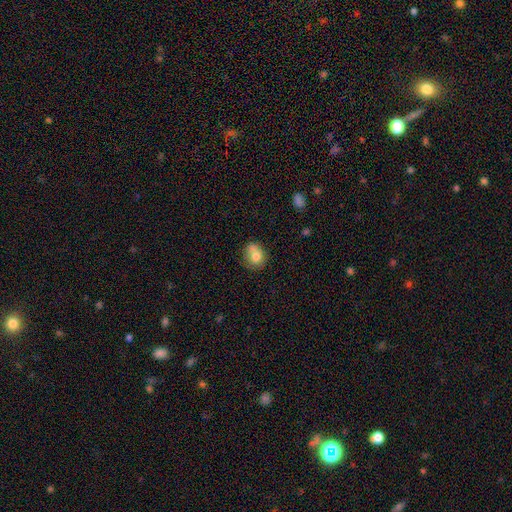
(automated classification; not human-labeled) Morphology: type=smooth (75%); roundness=round (66%); merging=none (44%).